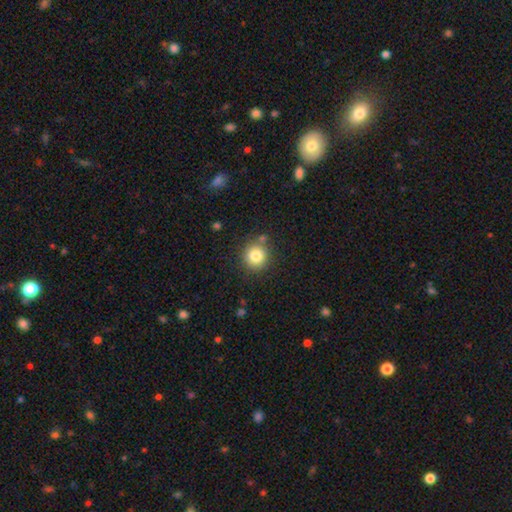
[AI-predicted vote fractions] This appears to be a smooth galaxy with no disk features (82%) that is round (90%). Merging: none (81%).